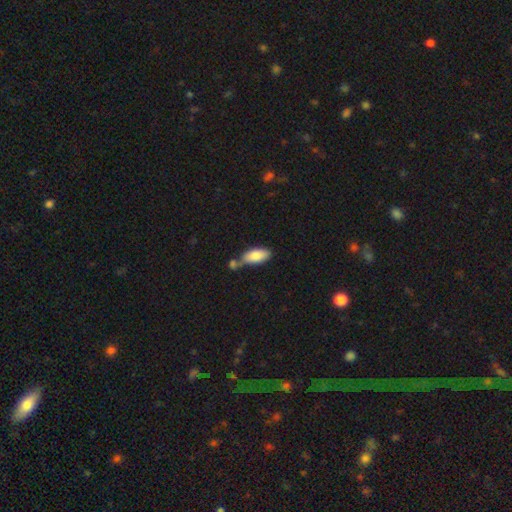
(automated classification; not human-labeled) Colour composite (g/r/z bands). It shows a smooth galaxy with no disk features (81%) that is in between round and cigar-shaped (86%). Merging: none (40%).